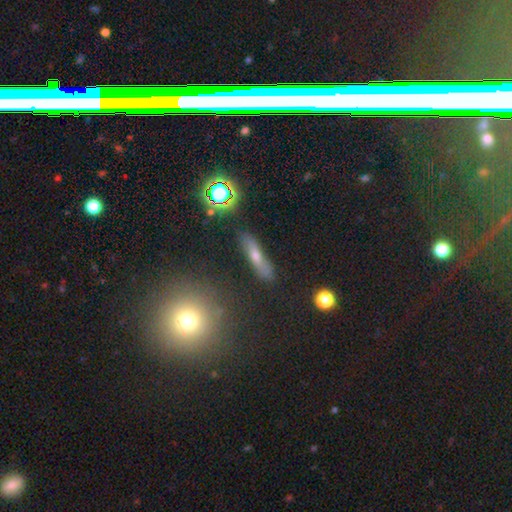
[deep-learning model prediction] Q: Smooth or featured?
A: smooth (50%); runner-up: featured or disk (31%)
Q: Merging?
A: none (82%); runner-up: minor disturbance (11%)